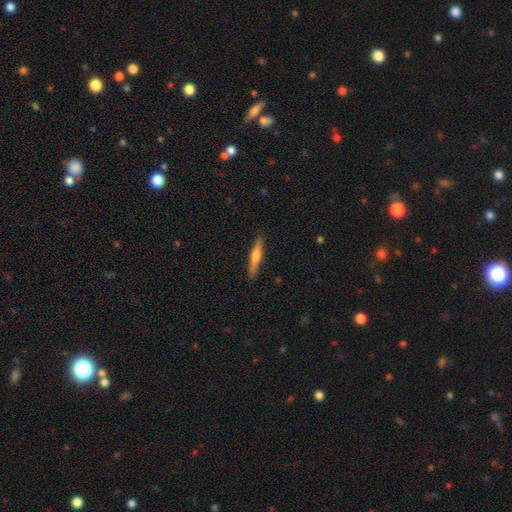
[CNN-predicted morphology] smooth_or_featured: featured or disk (p=0.50) [alt: smooth p=0.44]
merging: none (p=0.90) [alt: minor disturbance p=0.08]